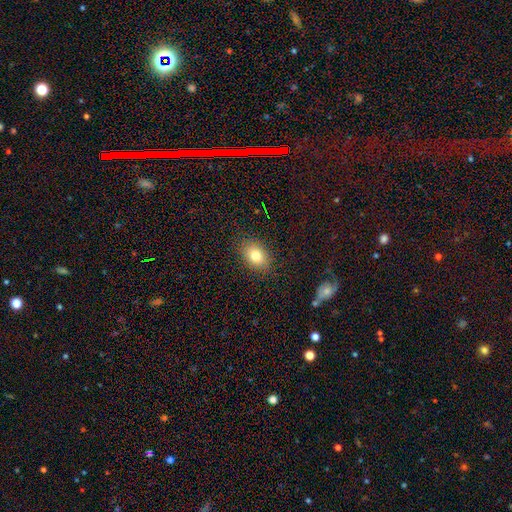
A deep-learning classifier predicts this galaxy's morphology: The model was most divided on "how rounded": in between: 72%, round: 26%, cigar-shaped: 1%. More confident: merging — none (86%); smooth or featured — smooth (80%).